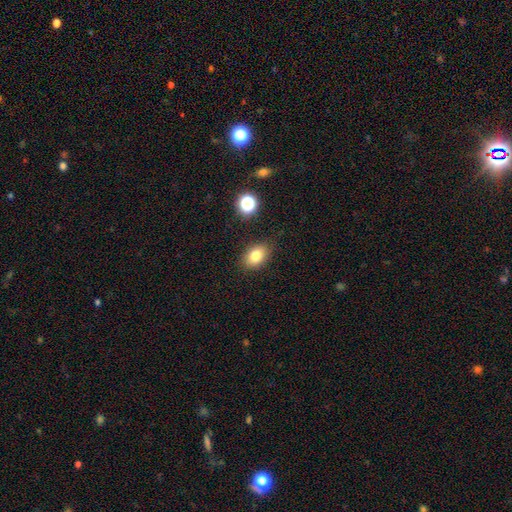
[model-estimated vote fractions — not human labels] Smooth or featured? Predicted: smooth (p=0.80). How rounded? Predicted: in between (p=0.79). Merging? Predicted: none (p=0.84).